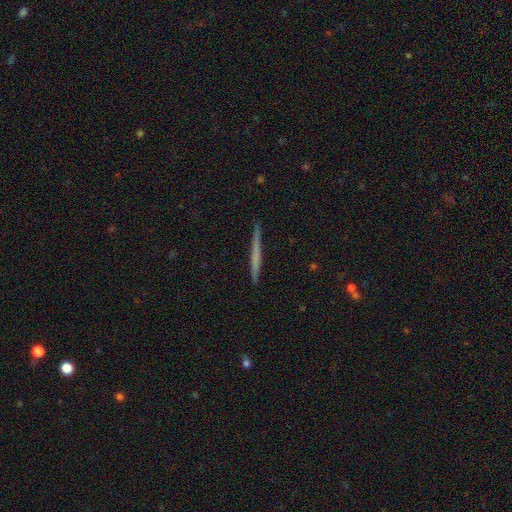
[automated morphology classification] smooth_or_featured: smooth (p=0.49) [alt: featured or disk p=0.45]
merging: none (p=0.92) [alt: minor disturbance p=0.06]